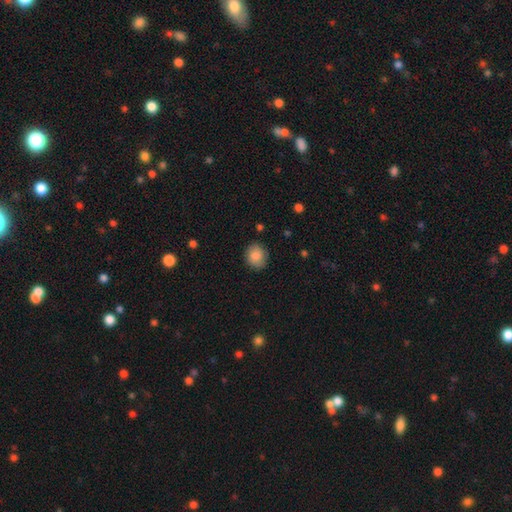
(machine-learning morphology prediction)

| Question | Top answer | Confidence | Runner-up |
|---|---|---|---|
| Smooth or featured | smooth | 86% | star or artifact (8%) |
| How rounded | round | 66% | in between (33%) |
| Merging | none | 84% | minor disturbance (12%) |